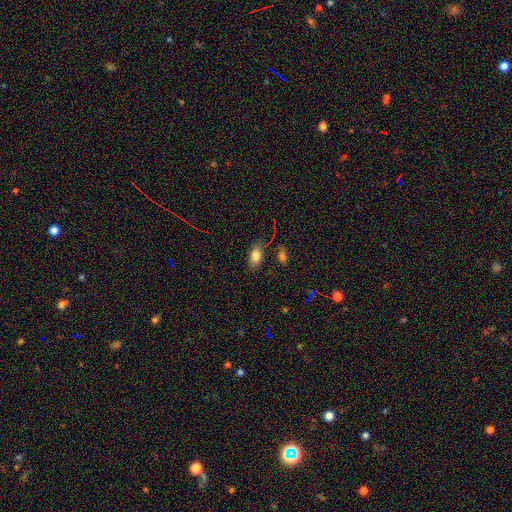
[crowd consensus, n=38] Smooth or featured? smooth (84%)
How rounded? in between (91%)
Merging? none (71%)